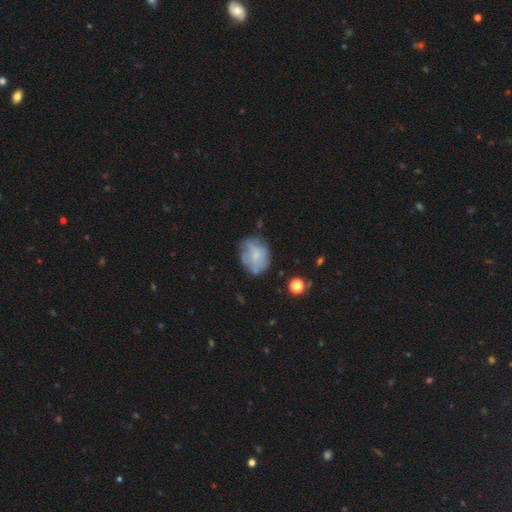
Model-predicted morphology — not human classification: A smooth galaxy with no disk features (51%) that is round (51%). Merging: none (56%).